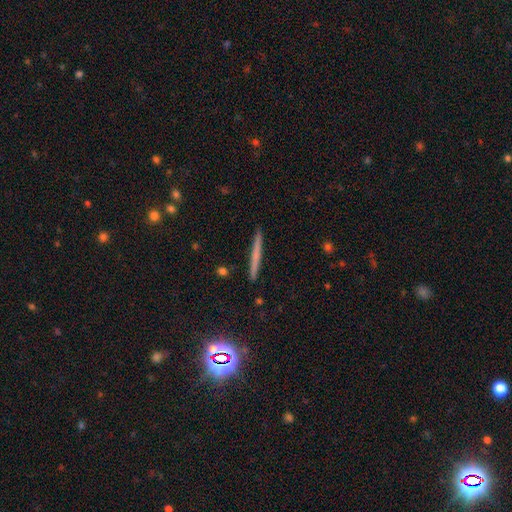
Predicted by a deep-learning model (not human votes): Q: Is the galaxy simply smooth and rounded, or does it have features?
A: smooth — 51%.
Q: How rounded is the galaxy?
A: cigar-shaped — 96%.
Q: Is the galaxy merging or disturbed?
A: none — 92%.